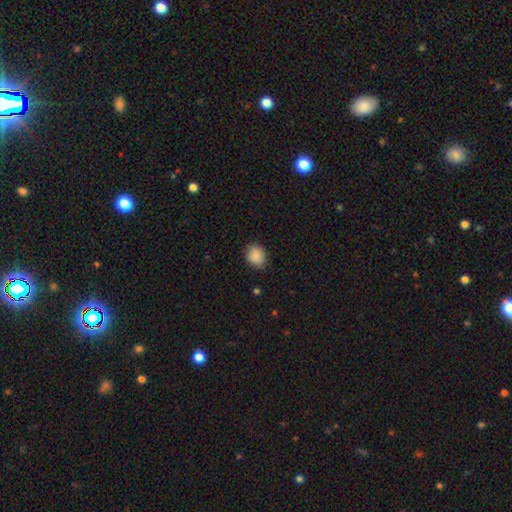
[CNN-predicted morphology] The model was most divided on "how rounded": round: 53%, in between: 46%, cigar-shaped: 1%. More confident: smooth or featured — smooth (89%); merging — none (84%).